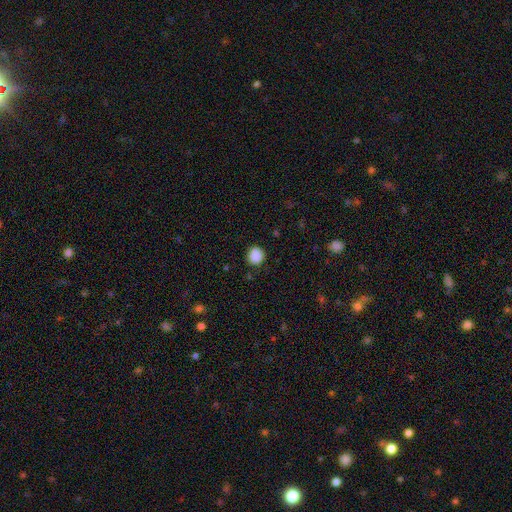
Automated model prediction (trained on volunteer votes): This is clearly a smooth galaxy (88%). How rounded: clearly round (88%). Merging: clearly none (86%).